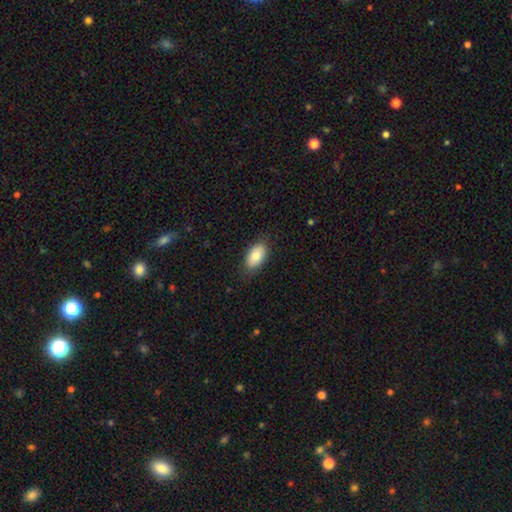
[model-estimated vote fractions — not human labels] Smooth or featured: smooth — 82% (featured or disk — 12%)
How rounded: in between — 93% (round — 5%)
Merging: none — 83% (minor disturbance — 13%)